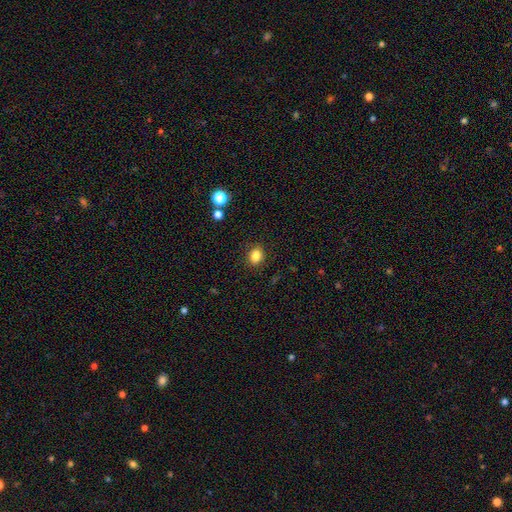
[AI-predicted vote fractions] Smooth or featured: smooth — 84% (star or artifact — 11%)
How rounded: in between — 53% (round — 46%)
Merging: none — 88% (minor disturbance — 8%)